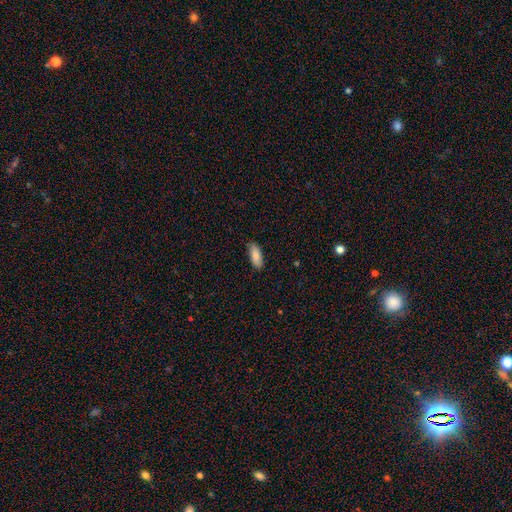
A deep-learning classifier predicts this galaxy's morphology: Smooth or featured: smooth — 87% (featured or disk — 7%)
How rounded: in between — 75% (cigar-shaped — 23%)
Merging: none — 82% (minor disturbance — 15%)